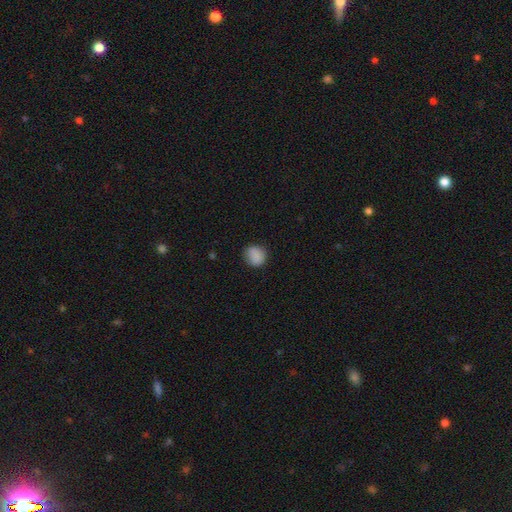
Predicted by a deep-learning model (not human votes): Smooth or featured?
  - smooth: 86% *
  - star or artifact: 9%
  - featured or disk: 5%
How rounded?
  - round: 81% *
  - in between: 18%
  - cigar-shaped: 1%
Merging?
  - none: 82% *
  - minor disturbance: 14%
  - major disturbance: 3%
  - merger: 1%